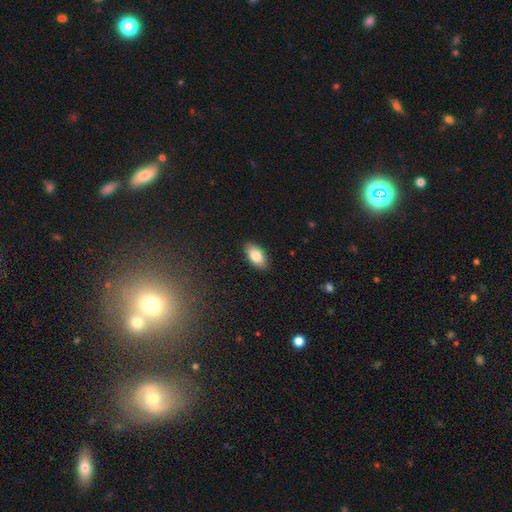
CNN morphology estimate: smooth-or-featured: smooth: 82% | featured or disk: 11% | star or artifact: 7%
  how-rounded: in between: 93% | cigar-shaped: 5% | round: 3%
  merging: none: 88% | minor disturbance: 10% | major disturbance: 2% | merger: 1%